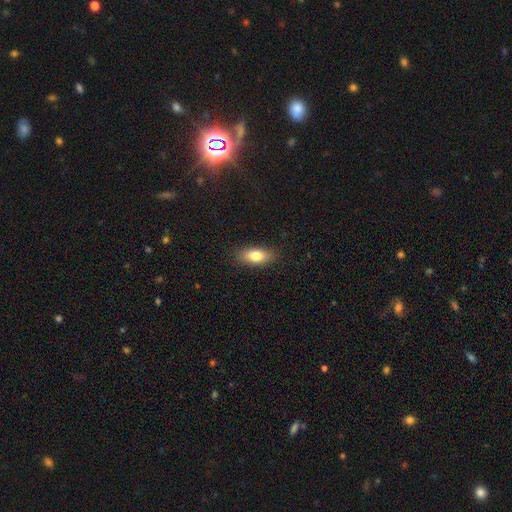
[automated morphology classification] type=smooth (79%); roundness=in between (80%); merging=none (86%).